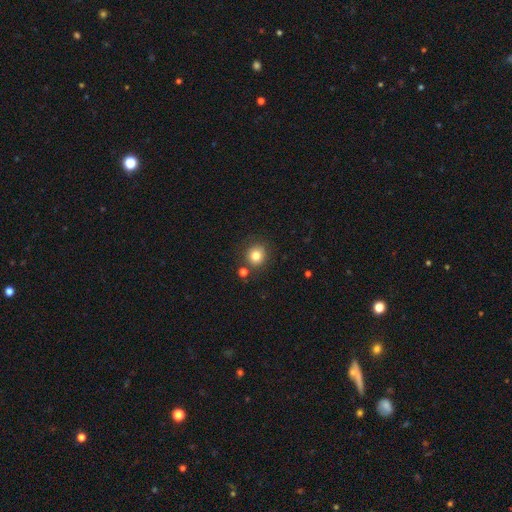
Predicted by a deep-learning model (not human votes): This is clearly a smooth galaxy (80%). How rounded: clearly round (88%). Merging: clearly none (80%).